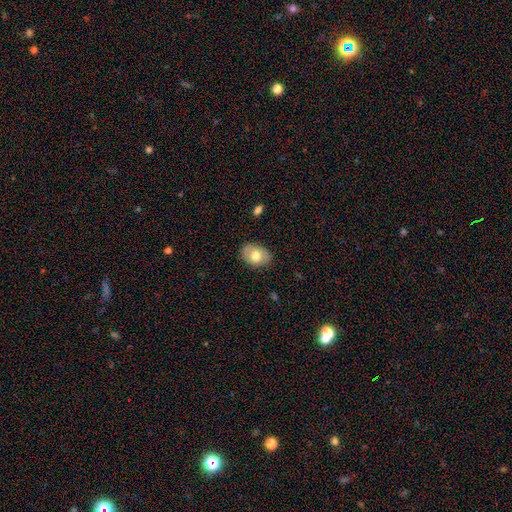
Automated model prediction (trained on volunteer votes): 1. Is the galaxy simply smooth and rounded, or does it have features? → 68% smooth, 25% featured or disk, 7% star or artifact.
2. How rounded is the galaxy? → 75% in between, 24% round, 1% cigar-shaped.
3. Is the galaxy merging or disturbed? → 82% none, 14% minor disturbance, 3% major disturbance, 1% merger.